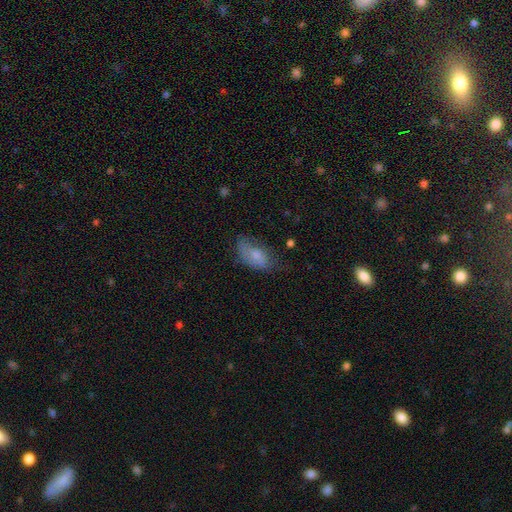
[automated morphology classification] smooth_or_featured: smooth (p=0.67) [alt: featured or disk p=0.25]
how_rounded: in between (p=0.91) [alt: round p=0.05]
merging: none (p=0.49) [alt: minor disturbance p=0.32]